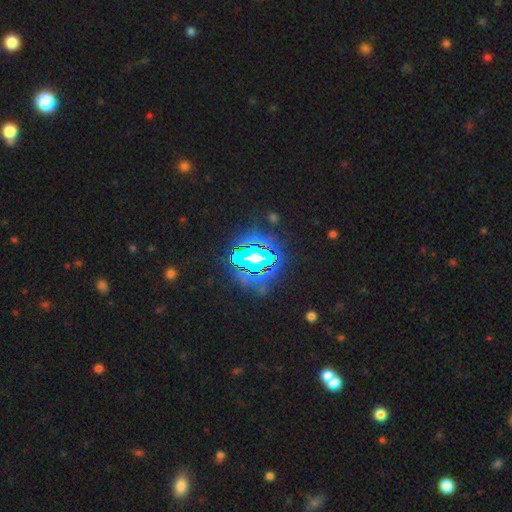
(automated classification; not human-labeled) This appears to be a star or artifact, not a galaxy (83%).